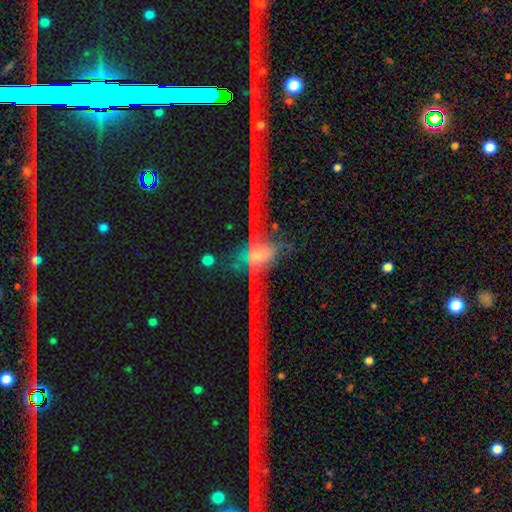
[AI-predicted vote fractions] Smooth or featured?
  - featured or disk: 67% *
  - star or artifact: 24%
  - smooth: 9%
Edge-on disk?
  - yes: 80% *
  - no: 20%
Edge-on bulge?
  - rounded: 83% *
  - boxy: 10%
  - none: 7%
Merging?
  - none: 70% *
  - minor disturbance: 12%
  - major disturbance: 11%
  - merger: 7%